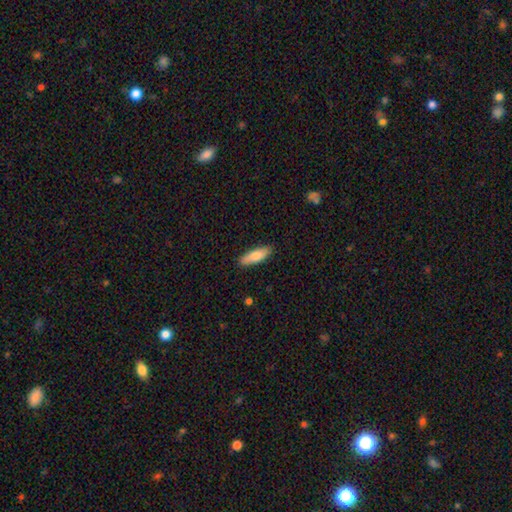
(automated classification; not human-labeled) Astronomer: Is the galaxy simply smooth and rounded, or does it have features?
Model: smooth — 78%.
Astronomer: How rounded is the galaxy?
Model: in between — 50% (runner-up: cigar-shaped, 48%).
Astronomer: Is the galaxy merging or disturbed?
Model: none — 87%.